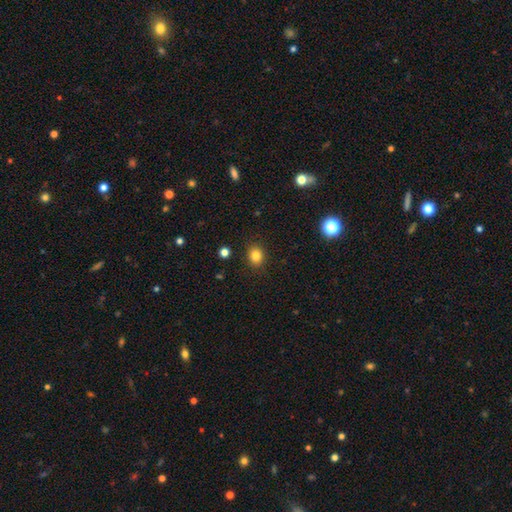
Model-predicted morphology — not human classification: This appears to be a smooth galaxy with no disk features (83%) that is round (70%). Merging: none (89%).